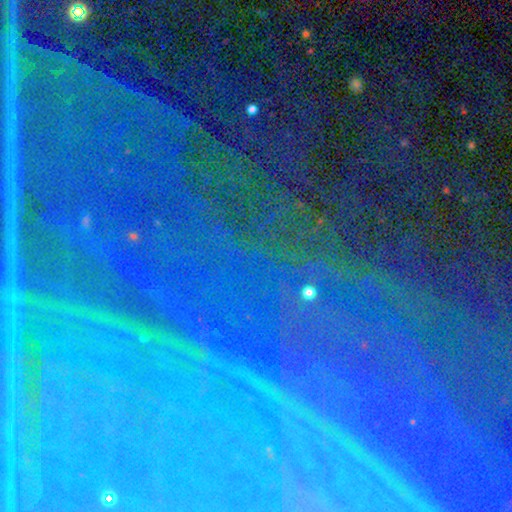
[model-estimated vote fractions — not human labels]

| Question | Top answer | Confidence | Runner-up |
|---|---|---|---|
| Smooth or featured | star or artifact | 85% | featured or disk (8%) |